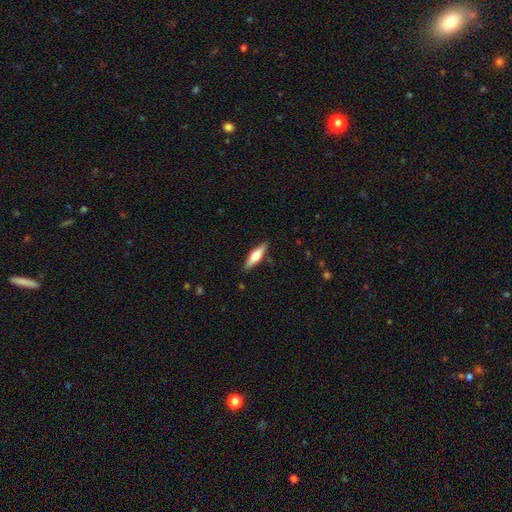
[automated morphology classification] Smooth or featured?
  - smooth: 53% *
  - featured or disk: 42%
  - star or artifact: 6%
How rounded?
  - cigar-shaped: 62% *
  - in between: 36%
  - round: 2%
Merging?
  - none: 87% *
  - minor disturbance: 10%
  - major disturbance: 2%
  - merger: 1%